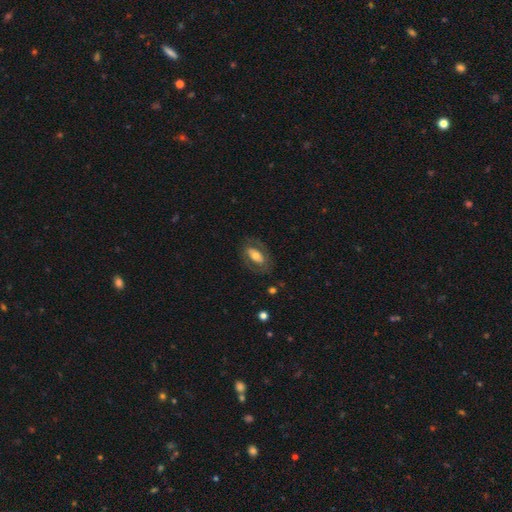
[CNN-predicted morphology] smooth_or_featured: featured or disk (p=0.49) [alt: smooth p=0.45]
merging: none (p=0.73) [alt: minor disturbance p=0.16]